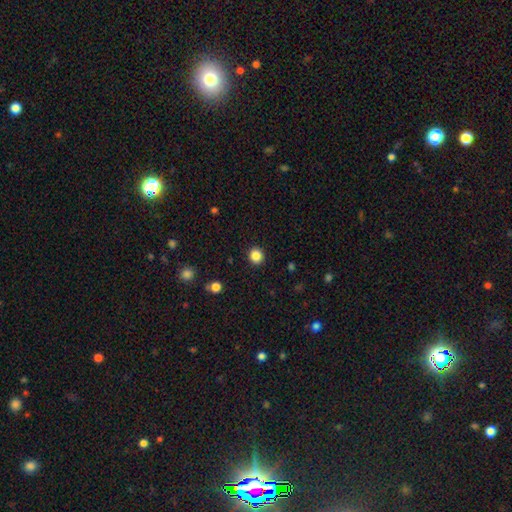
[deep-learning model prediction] This appears to be a smooth galaxy with no disk features (85%) that is round (88%). Merging: none (92%).